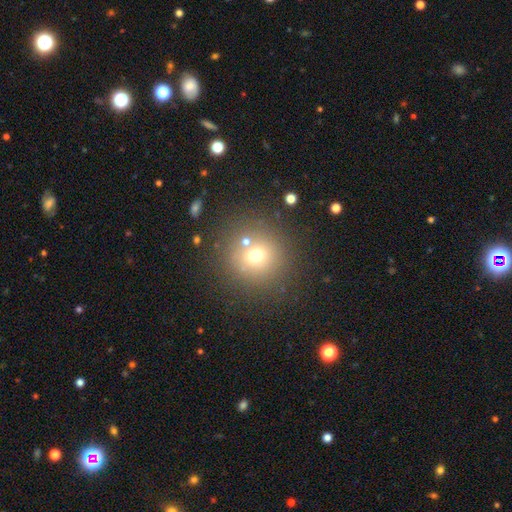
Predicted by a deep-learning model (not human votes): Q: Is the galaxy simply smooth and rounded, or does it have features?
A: smooth — 67%.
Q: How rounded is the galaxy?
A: round — 92%.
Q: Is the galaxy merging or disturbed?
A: none — 77%.